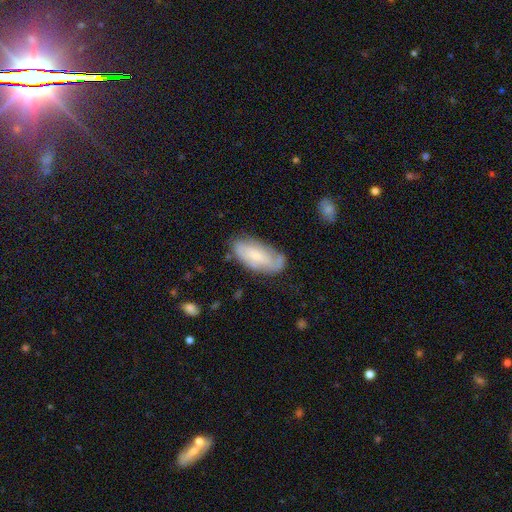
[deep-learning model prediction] This is possibly a smooth galaxy (54%). How rounded: clearly in between (88%). Merging: likely none (62%).